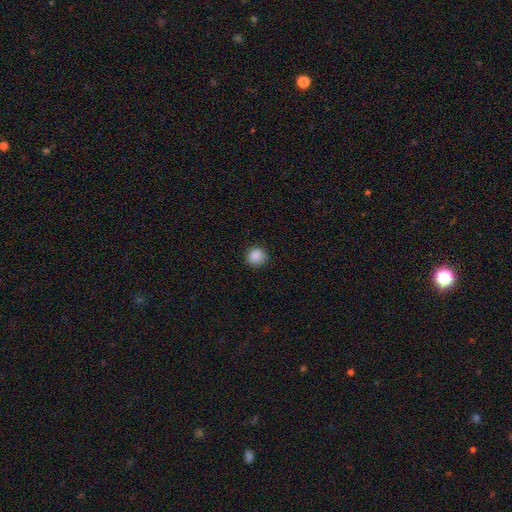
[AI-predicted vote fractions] Overall: smooth (87%). How rounded: round (90%). Merging: none (88%).